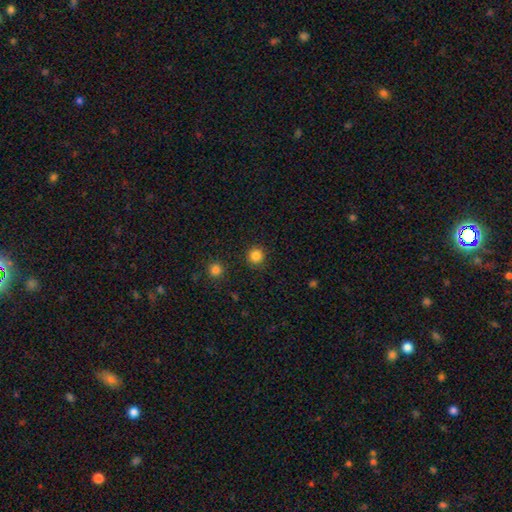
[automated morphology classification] Smooth or featured? smooth (84%)
How rounded? round (95%)
Merging? none (91%)